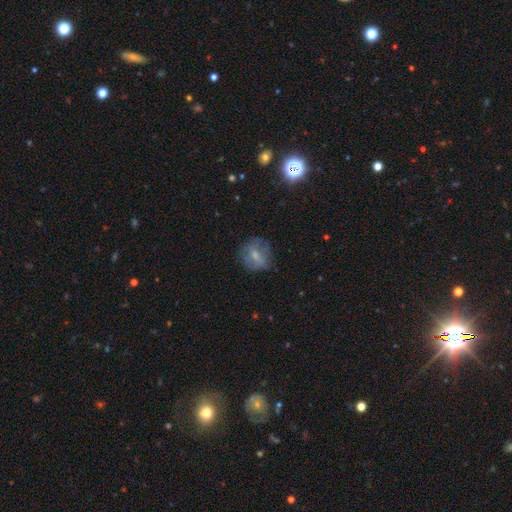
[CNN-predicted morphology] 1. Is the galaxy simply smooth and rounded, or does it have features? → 56% smooth, 34% featured or disk, 10% star or artifact.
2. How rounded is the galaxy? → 76% round, 23% in between, 1% cigar-shaped.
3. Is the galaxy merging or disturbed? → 67% none, 20% minor disturbance, 11% major disturbance, 2% merger.